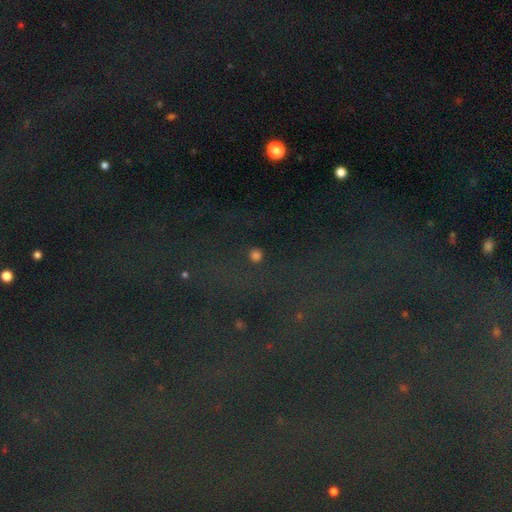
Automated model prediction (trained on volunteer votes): Morphology: type=smooth (65%); roundness=round (88%); merging=none (81%).